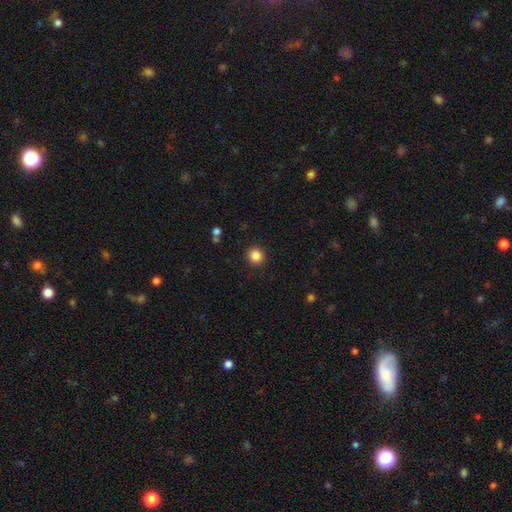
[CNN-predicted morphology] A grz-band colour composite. It shows a smooth galaxy with no disk features (86%) that is round (92%). Merging: none (91%).